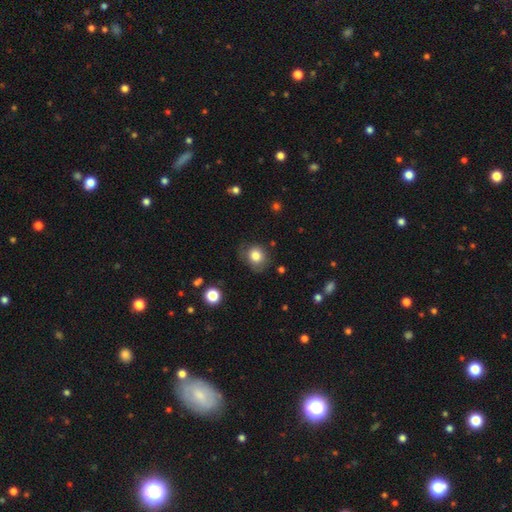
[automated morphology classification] This is clearly a smooth galaxy (82%). How rounded: likely round (73%). Merging: likely none (67%).